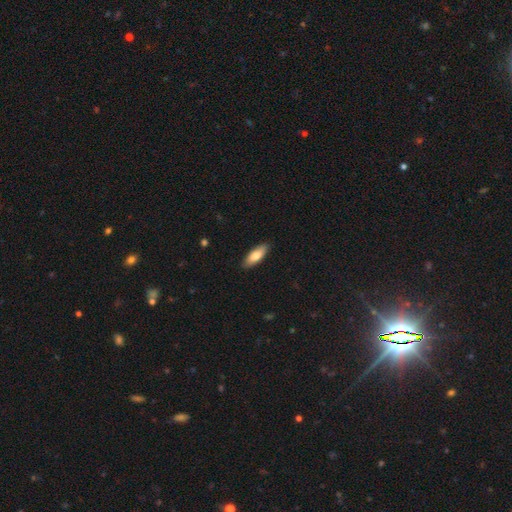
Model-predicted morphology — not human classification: Smooth or featured? Predicted: smooth (p=0.77). How rounded? Predicted: in between (p=0.70). Merging? Predicted: none (p=0.89).